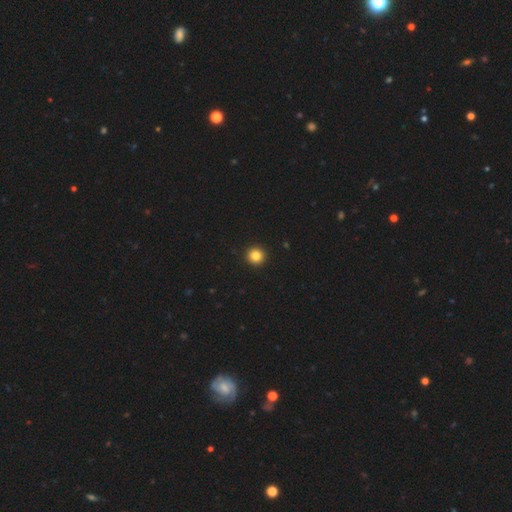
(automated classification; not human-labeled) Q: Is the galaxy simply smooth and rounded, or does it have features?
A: smooth — 84%.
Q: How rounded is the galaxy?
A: round — 95%.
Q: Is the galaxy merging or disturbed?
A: none — 94%.